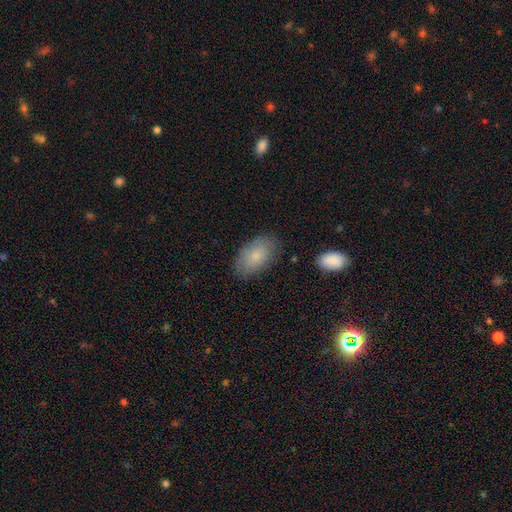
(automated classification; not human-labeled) The model was most divided on "merging": none: 79%, minor disturbance: 15%, major disturbance: 4%, merger: 2%. More confident: how rounded — in between (94%); smooth or featured — smooth (81%).